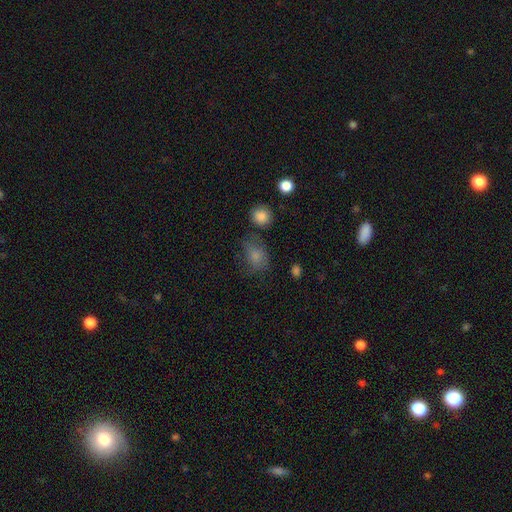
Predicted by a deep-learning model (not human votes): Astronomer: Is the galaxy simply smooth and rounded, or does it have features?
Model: smooth — 76%.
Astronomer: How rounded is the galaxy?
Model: in between — 58% (runner-up: round, 40%).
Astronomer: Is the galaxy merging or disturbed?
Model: none — 52%.